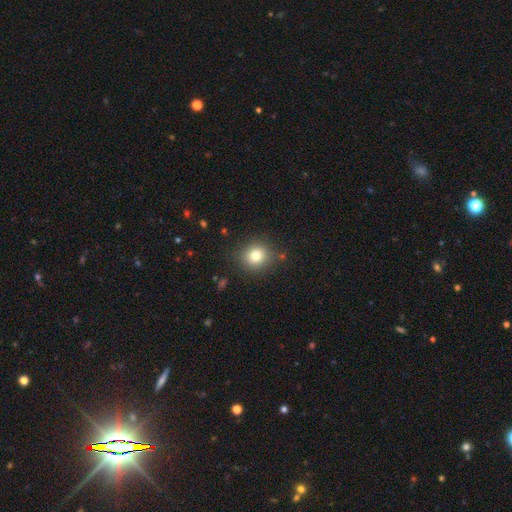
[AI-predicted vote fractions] Smooth or featured?
  - smooth: 79% *
  - star or artifact: 12%
  - featured or disk: 9%
How rounded?
  - round: 83% *
  - in between: 16%
  - cigar-shaped: 1%
Merging?
  - none: 85% *
  - minor disturbance: 10%
  - major disturbance: 3%
  - merger: 2%